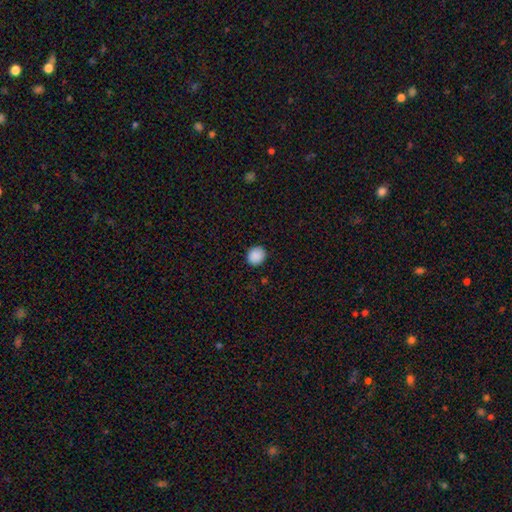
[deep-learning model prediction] Overall: smooth (89%). How rounded: round (79%). Merging: none (90%).